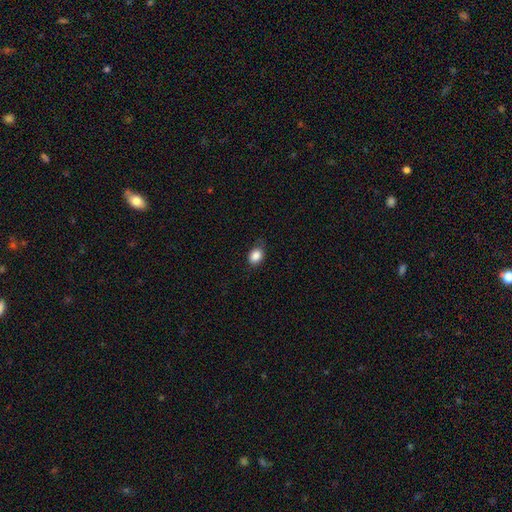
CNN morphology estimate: Smooth or featured?
  - smooth: 87% *
  - star or artifact: 9%
  - featured or disk: 4%
How rounded?
  - in between: 63% *
  - round: 35%
  - cigar-shaped: 1%
Merging?
  - none: 74% *
  - minor disturbance: 21%
  - major disturbance: 4%
  - merger: 1%